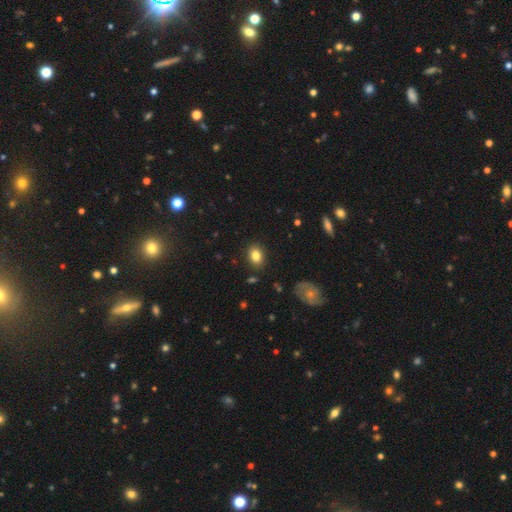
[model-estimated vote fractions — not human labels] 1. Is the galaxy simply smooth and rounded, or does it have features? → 83% smooth, 9% star or artifact, 8% featured or disk.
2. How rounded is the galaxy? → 72% in between, 27% round, 1% cigar-shaped.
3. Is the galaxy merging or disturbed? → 86% none, 10% minor disturbance, 3% major disturbance, 2% merger.